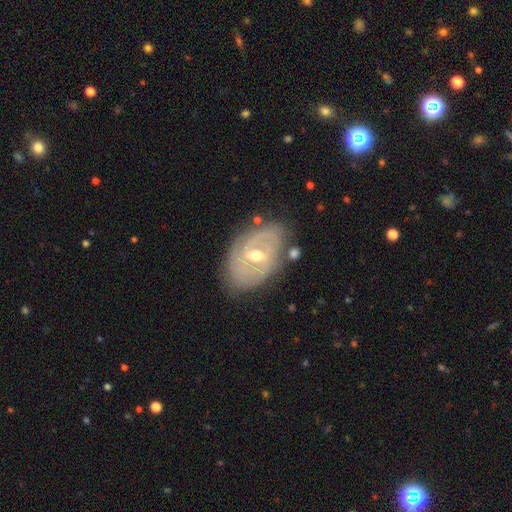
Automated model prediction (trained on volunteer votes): Smooth or featured: featured or disk — 80% (smooth — 14%)
Edge-on disk: no — 95% (yes — 5%)
Bar: weak — 54% (no — 25%)
Spiral arms: yes — 80% (no — 20%)
Spiral winding: tight — 62% (medium — 28%)
Spiral arm count: 2 — 45% (can't tell — 34%)
Bulge size: moderate — 71% (small — 24%)
Merging: none — 72% (minor disturbance — 19%)